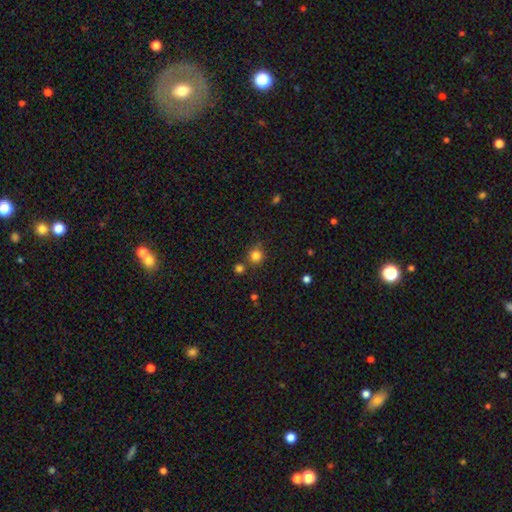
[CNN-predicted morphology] A smooth galaxy with no disk features (81%) that is round (91%).

Vote fractions:
- Smooth or featured? smooth: 81% / star or artifact: 13% / featured or disk: 5%
- How rounded? round: 91% / in between: 9% / cigar-shaped: 1%
- Merging? none: 74% / merger: 12% / minor disturbance: 10% / major disturbance: 3%